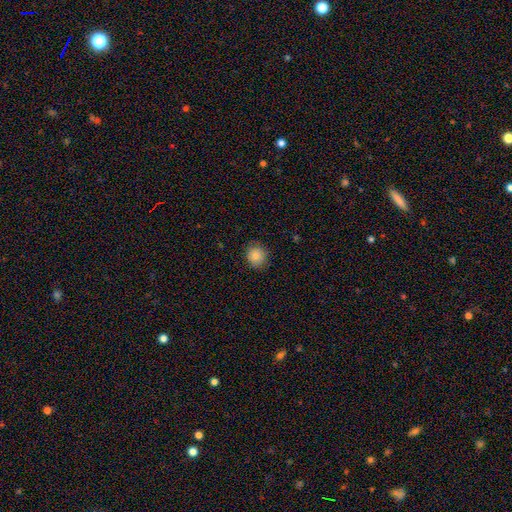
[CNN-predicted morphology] Smooth or featured? smooth (87%)
How rounded? round (84%)
Merging? none (84%)